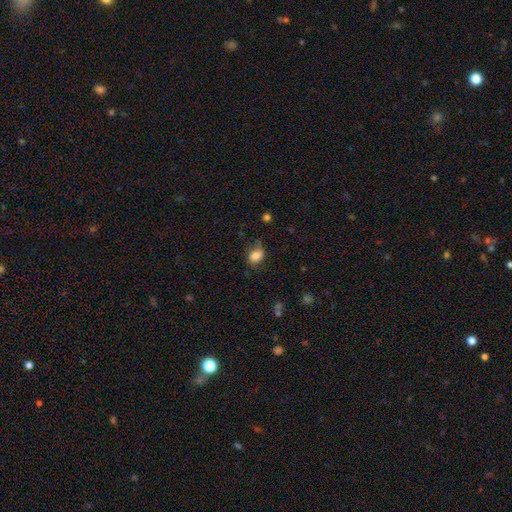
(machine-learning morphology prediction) This is likely a smooth galaxy (79%). How rounded: likely in between (60%). Merging: possibly none (53%).